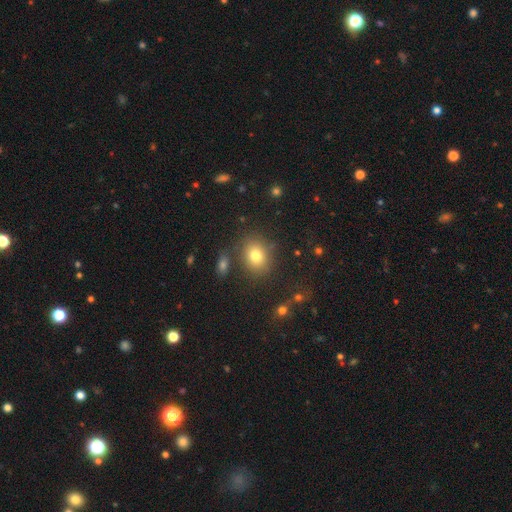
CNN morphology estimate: type=smooth (78%); roundness=round (56%); merging=none (80%).